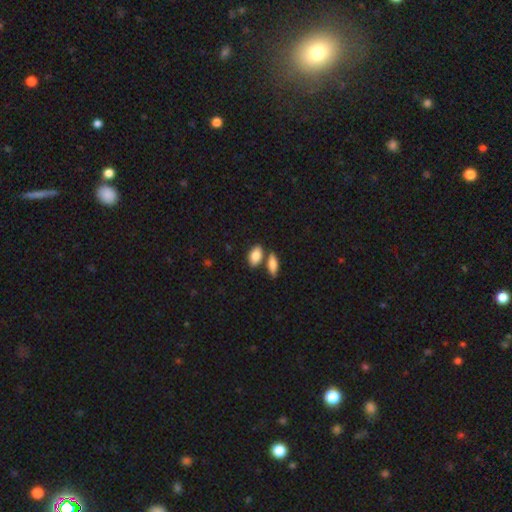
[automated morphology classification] This is clearly a smooth galaxy (85%). How rounded: clearly in between (90%). Merging: possibly none (60%).